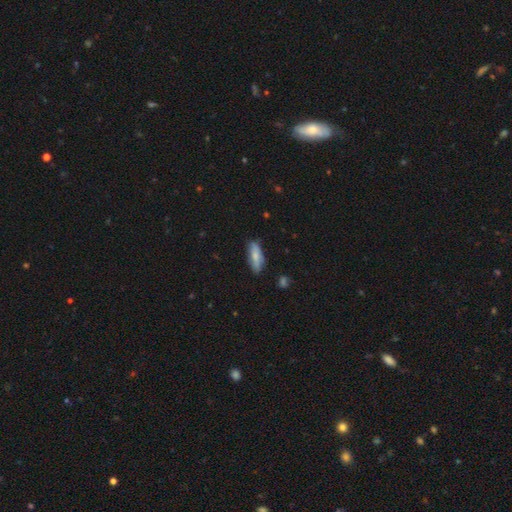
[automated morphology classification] This appears to be a smooth galaxy with no disk features (74%) that is in between round and cigar-shaped (58%). Merging: none (76%).